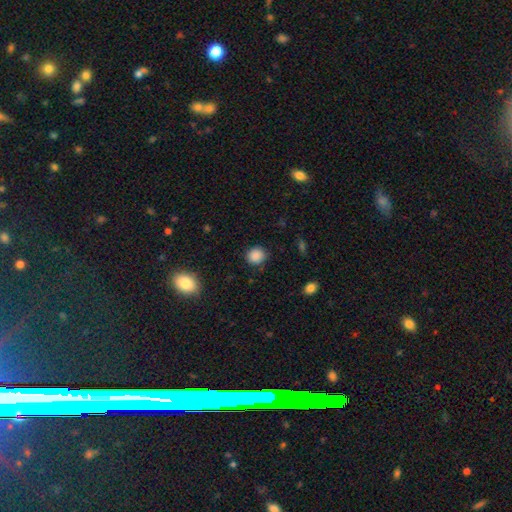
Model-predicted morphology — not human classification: Smooth or featured: smooth — 87% (star or artifact — 10%)
How rounded: round — 87% (in between — 12%)
Merging: none — 87% (minor disturbance — 9%)